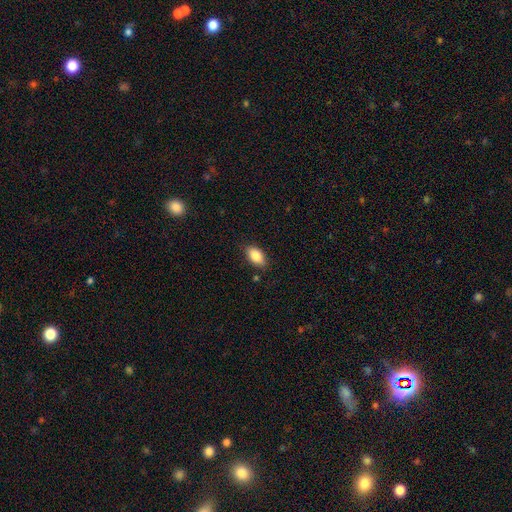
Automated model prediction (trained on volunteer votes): This is clearly a smooth galaxy (86%). How rounded: clearly in between (91%). Merging: clearly none (83%).